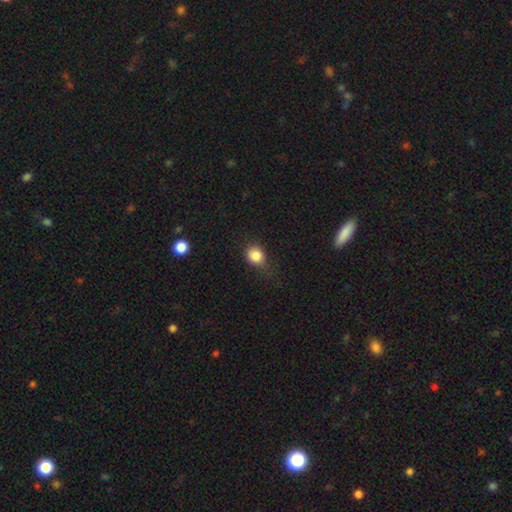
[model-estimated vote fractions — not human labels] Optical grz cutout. It shows a smooth galaxy with no disk features (84%) that is round (72%). Merging: none (63%).